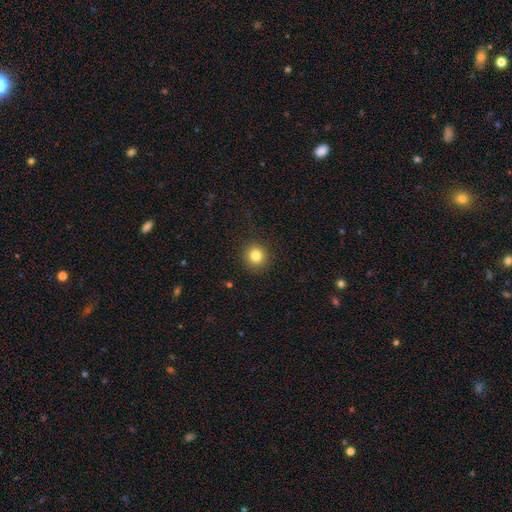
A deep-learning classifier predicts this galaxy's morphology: smooth-or-featured: smooth: 84% | star or artifact: 11% | featured or disk: 6%
  how-rounded: round: 91% | in between: 8% | cigar-shaped: 1%
  merging: none: 91% | minor disturbance: 6% | major disturbance: 2% | merger: 1%